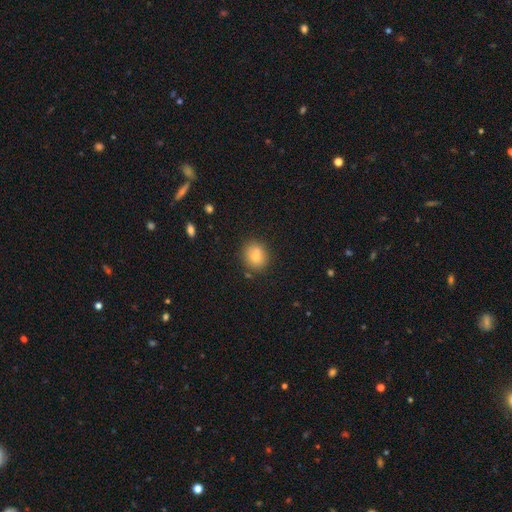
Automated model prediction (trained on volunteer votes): This is likely a smooth galaxy (78%). How rounded: likely round (77%). Merging: likely none (80%).